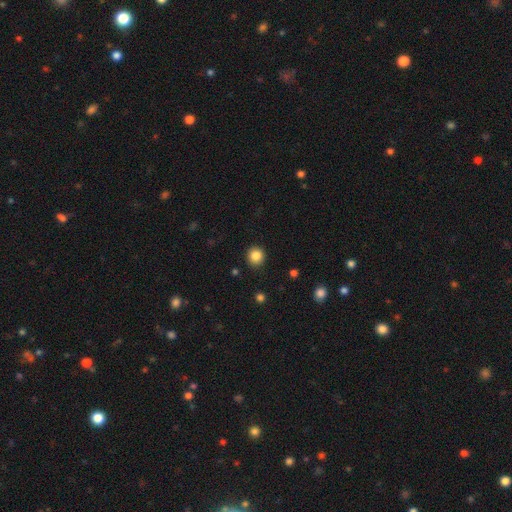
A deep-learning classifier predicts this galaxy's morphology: Smooth or featured? Predicted: smooth (p=0.85). How rounded? Predicted: round (p=0.92). Merging? Predicted: none (p=0.91).